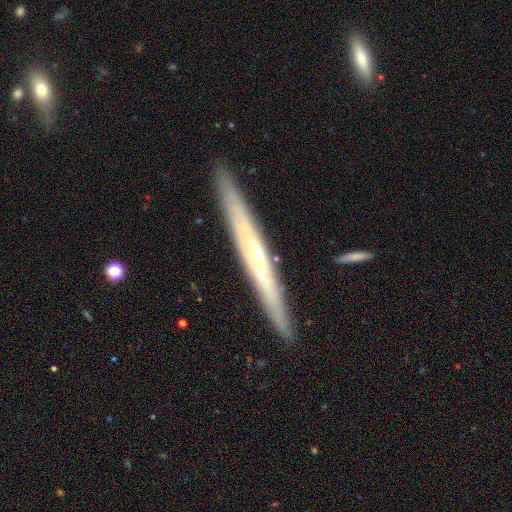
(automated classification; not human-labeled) Smooth or featured? Predicted: featured or disk (p=0.65). Edge-on disk? Predicted: yes (p=0.93). Edge-on bulge? Predicted: none (p=0.68). Merging? Predicted: none (p=0.90).